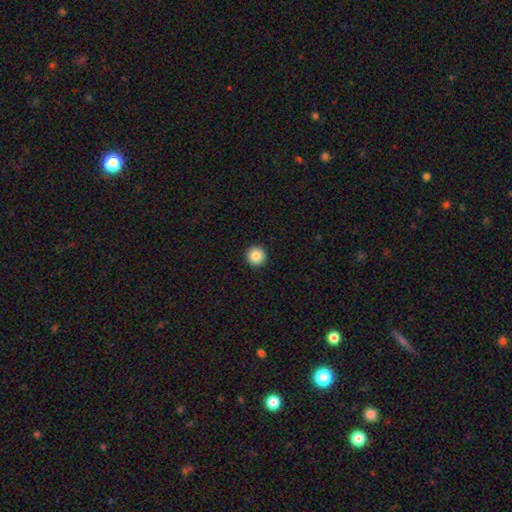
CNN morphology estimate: Smooth or featured? smooth (86%)
How rounded? round (97%)
Merging? none (94%)